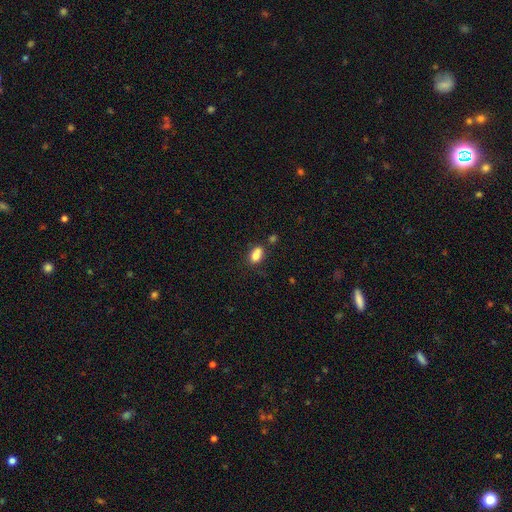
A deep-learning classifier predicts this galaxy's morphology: Smooth or featured?
  - smooth: 79% *
  - featured or disk: 11%
  - star or artifact: 10%
How rounded?
  - in between: 80% *
  - round: 17%
  - cigar-shaped: 3%
Merging?
  - none: 51% *
  - merger: 22%
  - minor disturbance: 21%
  - major disturbance: 7%